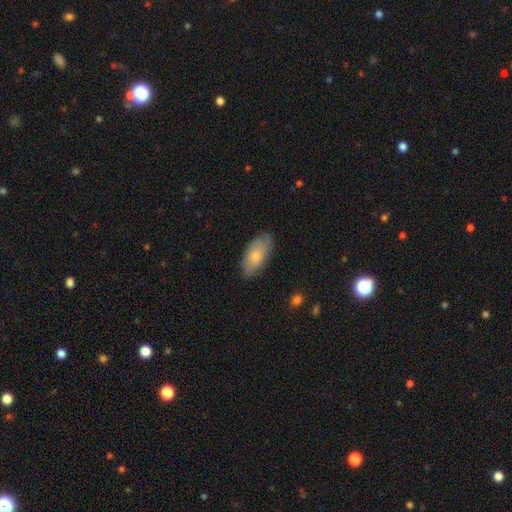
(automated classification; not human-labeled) Q: Smooth or featured?
A: smooth (73%); runner-up: featured or disk (21%)
Q: How rounded?
A: in between (91%); runner-up: cigar-shaped (7%)
Q: Merging?
A: none (75%); runner-up: minor disturbance (20%)